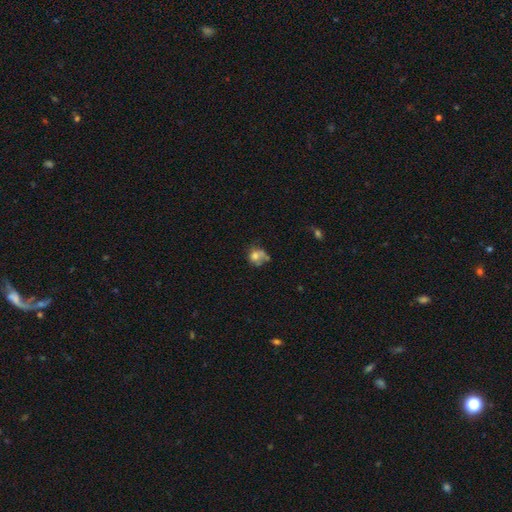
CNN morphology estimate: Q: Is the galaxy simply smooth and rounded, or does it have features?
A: smooth — 66%.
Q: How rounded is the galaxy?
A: round — 68%.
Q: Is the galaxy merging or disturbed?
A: none — 36%.